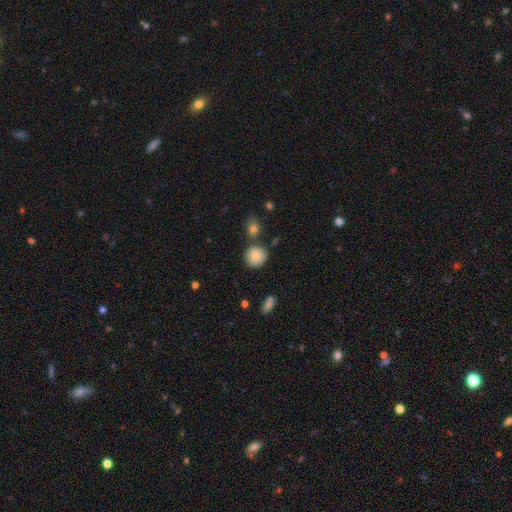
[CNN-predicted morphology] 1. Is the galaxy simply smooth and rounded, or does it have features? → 82% smooth, 10% featured or disk, 8% star or artifact.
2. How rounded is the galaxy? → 86% round, 13% in between, 1% cigar-shaped.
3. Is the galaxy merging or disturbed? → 76% none, 13% minor disturbance, 9% merger, 3% major disturbance.